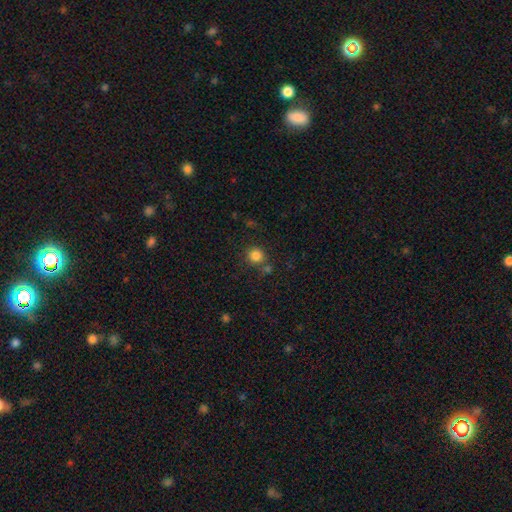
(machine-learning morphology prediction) Smooth or featured?
  - smooth: 83% *
  - star or artifact: 12%
  - featured or disk: 5%
How rounded?
  - round: 89% *
  - in between: 10%
  - cigar-shaped: 1%
Merging?
  - none: 76% *
  - merger: 11%
  - minor disturbance: 10%
  - major disturbance: 4%